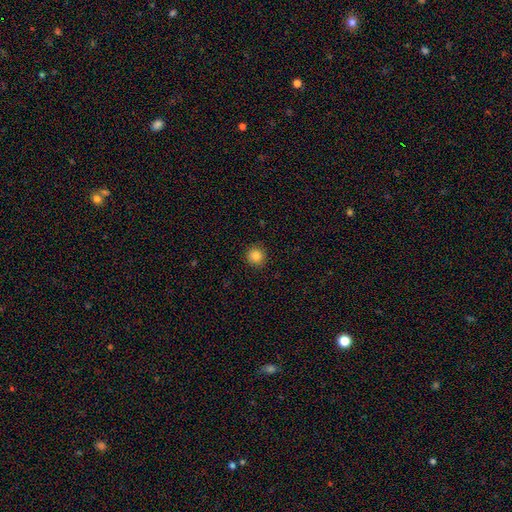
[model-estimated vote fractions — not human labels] smooth_or_featured: smooth (p=0.86) [alt: star or artifact p=0.10]
how_rounded: round (p=0.94) [alt: in between p=0.05]
merging: none (p=0.91) [alt: minor disturbance p=0.06]